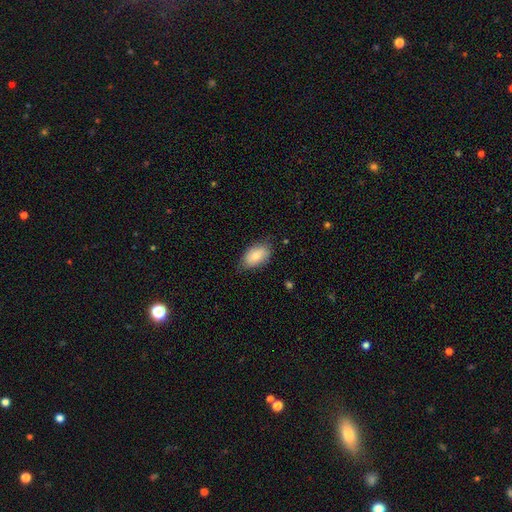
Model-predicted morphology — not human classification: A smooth galaxy with no disk features (80%) that is in between round and cigar-shaped (92%).

Vote fractions:
- Smooth or featured? smooth: 80% / featured or disk: 13% / star or artifact: 6%
- How rounded? in between: 92% / round: 6% / cigar-shaped: 2%
- Merging? none: 73% / minor disturbance: 22% / major disturbance: 4% / merger: 1%